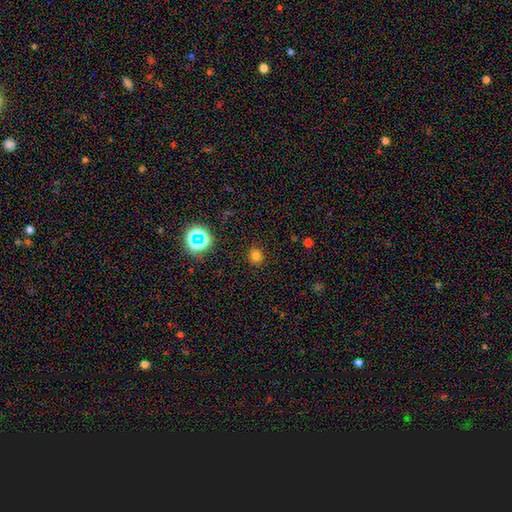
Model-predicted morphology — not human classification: Q: Smooth or featured?
A: smooth (75%); runner-up: star or artifact (20%)
Q: How rounded?
A: round (84%); runner-up: in between (15%)
Q: Merging?
A: none (89%); runner-up: minor disturbance (7%)